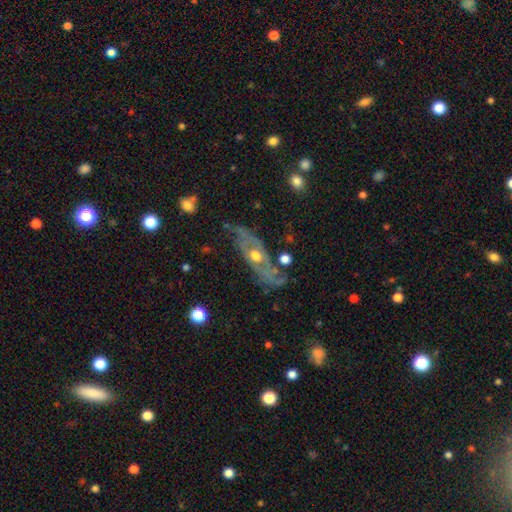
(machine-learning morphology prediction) A featured or disk galaxy (77%) with no bar (80%), spiral arms (60%) and a moderate central bulge (76%). Merging: none (59%).